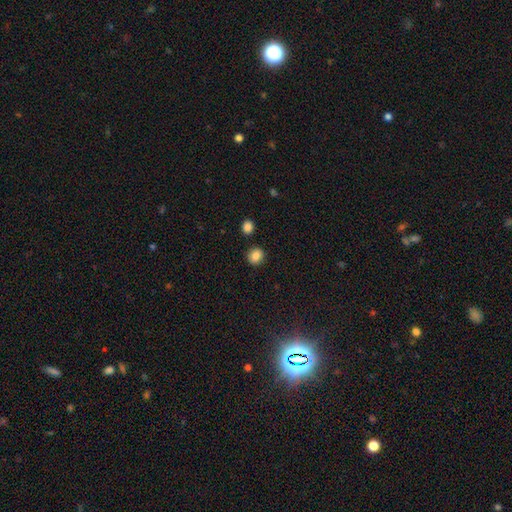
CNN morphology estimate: type=smooth (85%); roundness=round (79%); merging=none (87%).